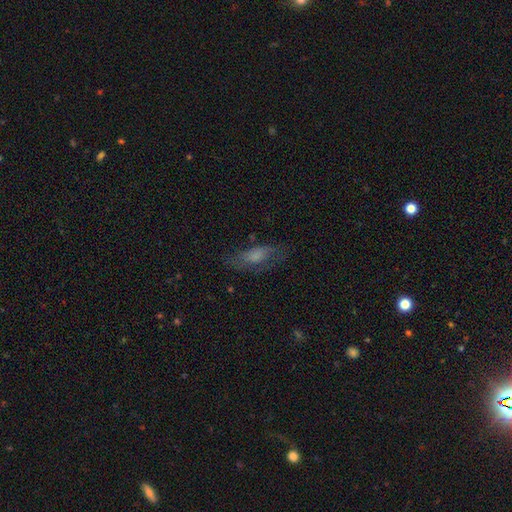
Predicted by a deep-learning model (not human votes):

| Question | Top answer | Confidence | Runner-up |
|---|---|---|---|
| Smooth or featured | smooth | 53% | featured or disk (35%) |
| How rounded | in between | 74% | cigar-shaped (22%) |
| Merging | none | 60% | minor disturbance (22%) |